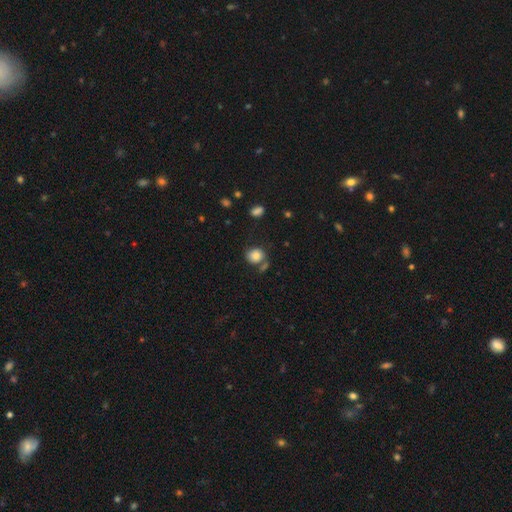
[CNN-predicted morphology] Overall: smooth (80%). How rounded: round (70%). Merging: none (63%).